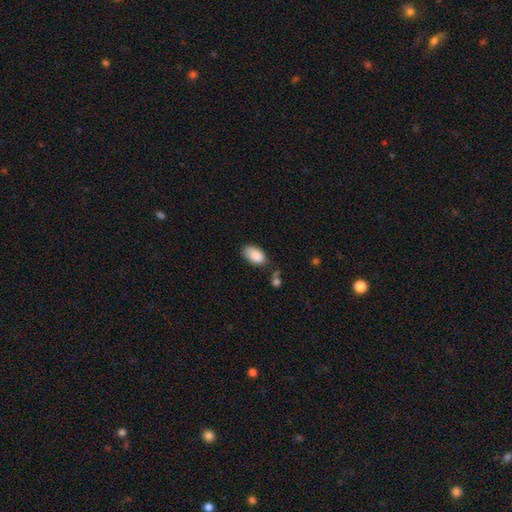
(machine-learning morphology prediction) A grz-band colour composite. It shows a smooth galaxy with no disk features (88%) that is in between round and cigar-shaped (94%). Merging: none (68%).